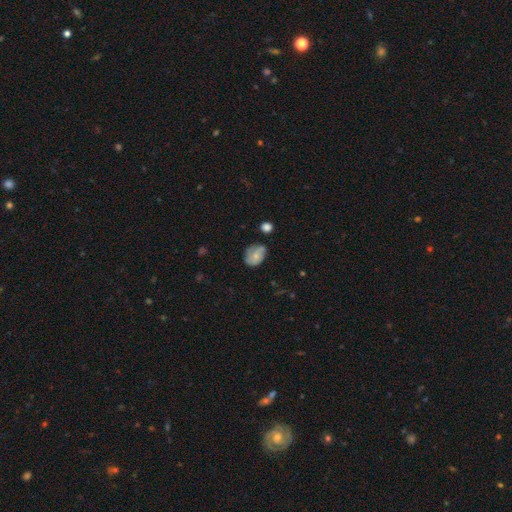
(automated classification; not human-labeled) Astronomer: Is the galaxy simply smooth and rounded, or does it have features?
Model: smooth — 52% (runner-up: featured or disk, 39%).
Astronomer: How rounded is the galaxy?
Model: in between — 66%.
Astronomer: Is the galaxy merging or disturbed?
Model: none — 53% (runner-up: minor disturbance, 33%).